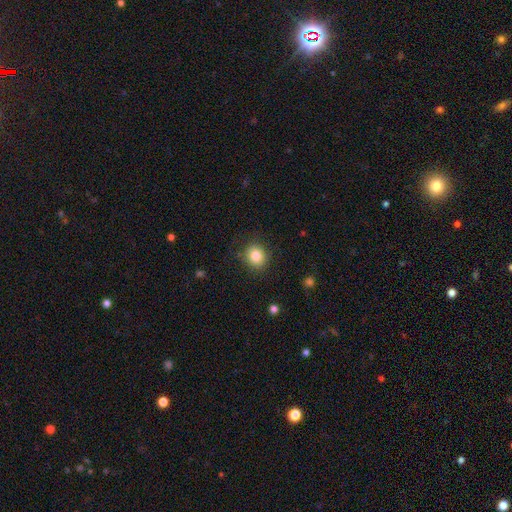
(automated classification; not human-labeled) This is clearly a smooth galaxy (83%). How rounded: likely round (78%). Merging: clearly none (86%).